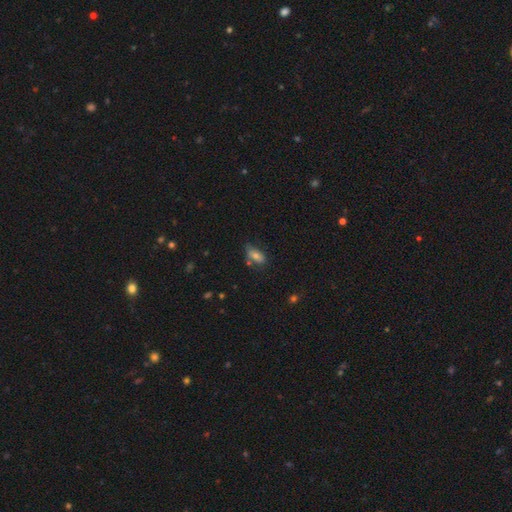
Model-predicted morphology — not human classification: Smooth or featured? Predicted: smooth (p=0.73). How rounded? Predicted: in between (p=0.84). Merging? Predicted: none (p=0.58).